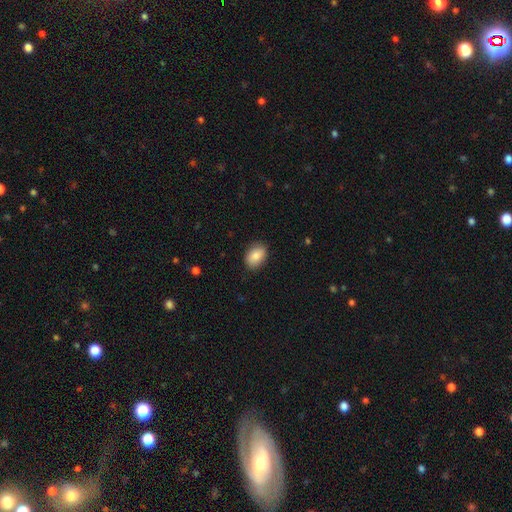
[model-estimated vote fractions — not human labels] Smooth or featured? Predicted: smooth (p=0.85). How rounded? Predicted: in between (p=0.81). Merging? Predicted: none (p=0.85).